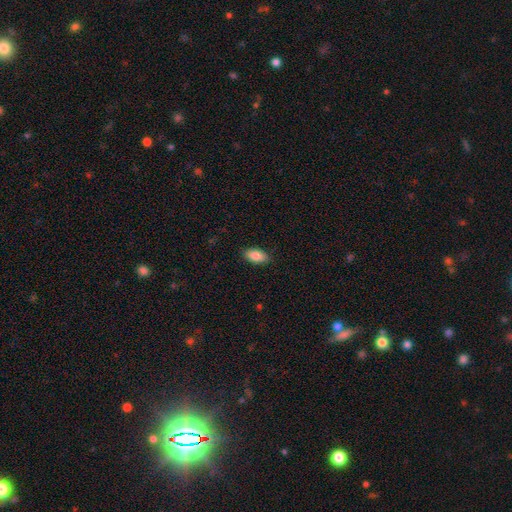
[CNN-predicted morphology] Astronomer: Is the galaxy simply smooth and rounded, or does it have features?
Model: smooth — 89%.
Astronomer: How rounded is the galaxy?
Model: in between — 92%.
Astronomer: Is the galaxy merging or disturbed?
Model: none — 88%.